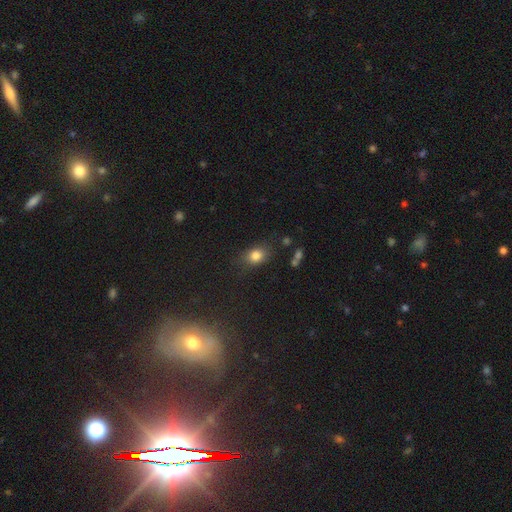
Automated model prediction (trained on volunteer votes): This is clearly a smooth galaxy (81%). How rounded: possibly in between (59%). Merging: likely none (75%).